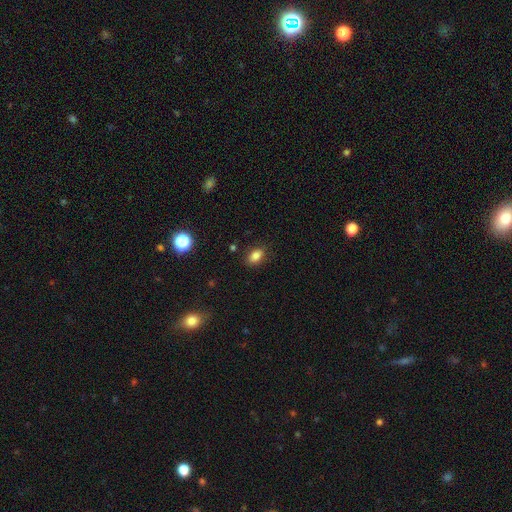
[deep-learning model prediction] This appears to be a smooth galaxy with no disk features (83%) that is in between round and cigar-shaped (84%). Merging: none (84%).